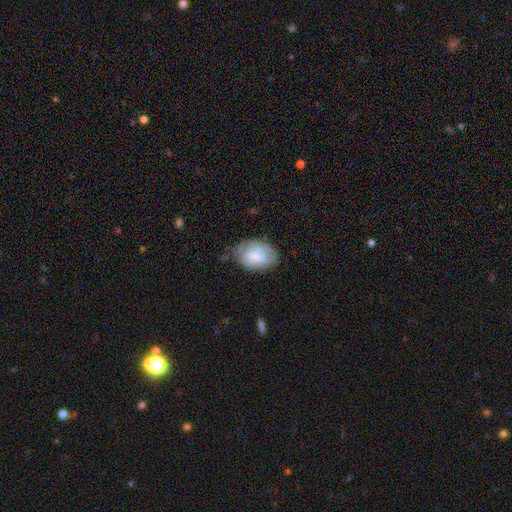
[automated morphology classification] Smooth or featured? Predicted: smooth (p=0.59). How rounded? Predicted: in between (p=0.84). Merging? Predicted: none (p=0.61).